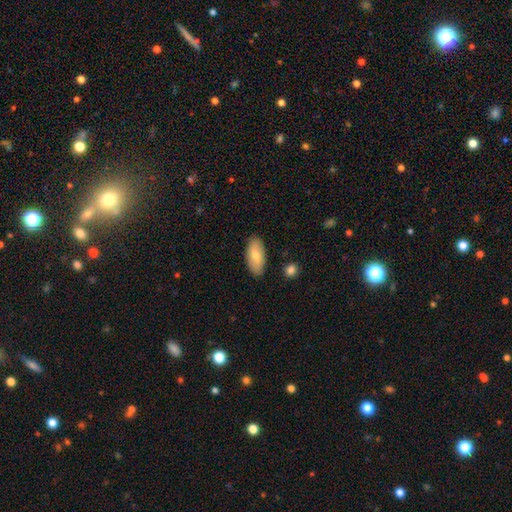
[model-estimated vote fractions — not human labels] smooth-or-featured: smooth: 74% | featured or disk: 20% | star or artifact: 6%
  how-rounded: in between: 91% | cigar-shaped: 6% | round: 2%
  merging: none: 87% | minor disturbance: 10% | major disturbance: 2% | merger: 2%